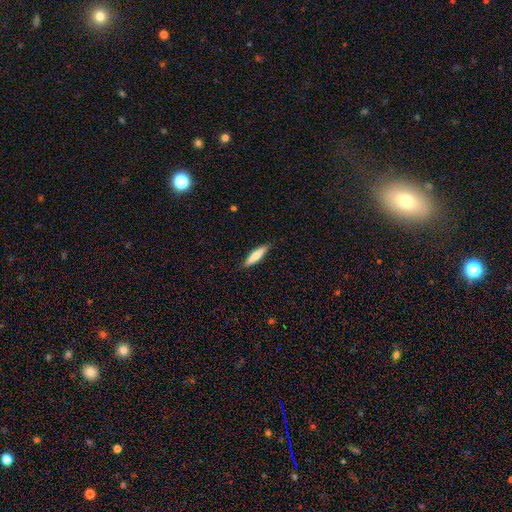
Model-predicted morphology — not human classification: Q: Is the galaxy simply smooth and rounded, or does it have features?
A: smooth — 75%.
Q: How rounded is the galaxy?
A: cigar-shaped — 81%.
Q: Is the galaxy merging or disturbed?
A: none — 88%.